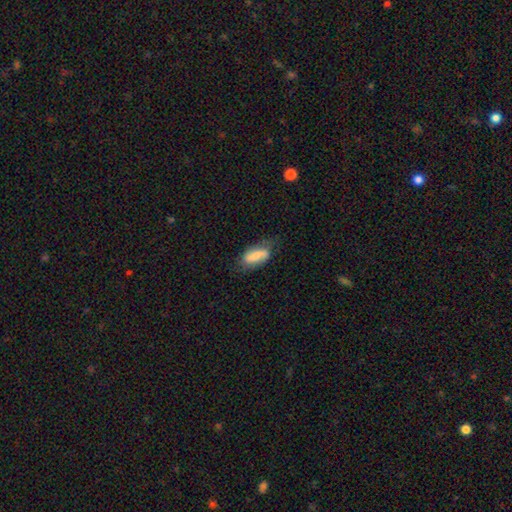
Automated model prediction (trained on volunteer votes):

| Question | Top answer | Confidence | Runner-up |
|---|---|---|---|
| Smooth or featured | smooth | 60% | featured or disk (32%) |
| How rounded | in between | 85% | cigar-shaped (11%) |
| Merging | none | 57% | minor disturbance (30%) |